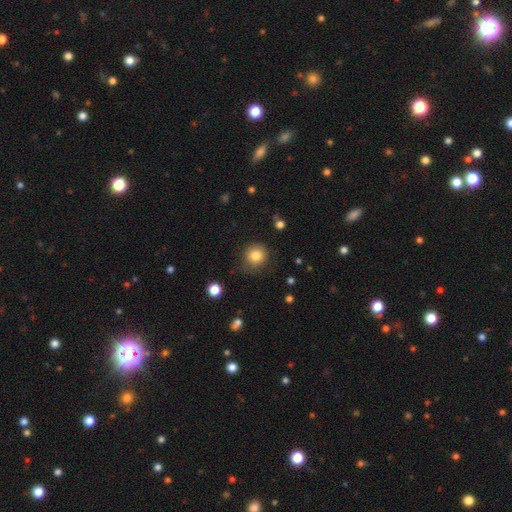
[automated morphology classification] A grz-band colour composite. It shows a smooth galaxy with no disk features (82%) that is round (90%). Merging: none (75%).